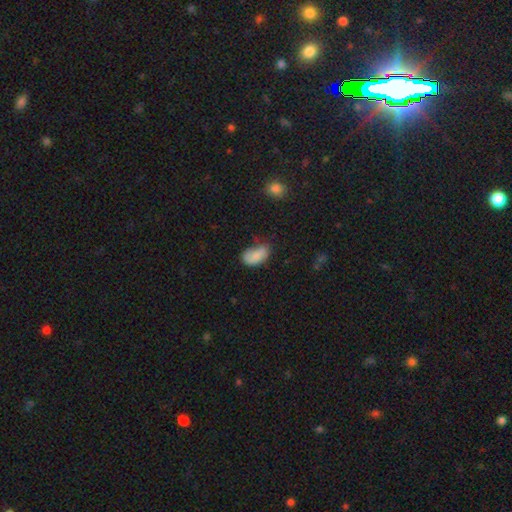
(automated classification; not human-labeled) smooth 77%, featured or disk 15%, star or artifact 9%. Down the decision tree: how rounded — in between (92%); merging — none (42%).